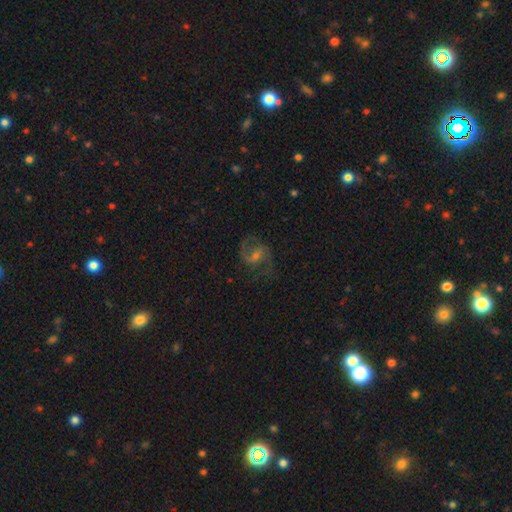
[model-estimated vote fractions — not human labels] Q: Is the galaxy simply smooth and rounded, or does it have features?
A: featured or disk — 79%.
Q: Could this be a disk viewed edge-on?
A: no — 97%.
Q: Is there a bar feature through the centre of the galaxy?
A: weak — 53%.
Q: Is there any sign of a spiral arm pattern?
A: yes — 94%.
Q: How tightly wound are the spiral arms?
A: medium — 55%.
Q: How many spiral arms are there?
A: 2 — 88%.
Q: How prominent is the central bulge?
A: small — 51%.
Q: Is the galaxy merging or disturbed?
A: none — 74%.